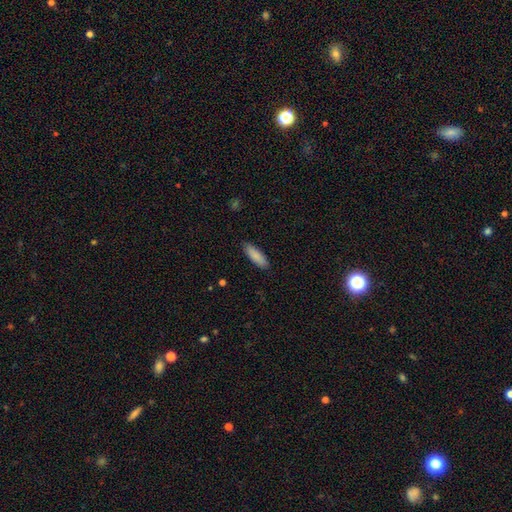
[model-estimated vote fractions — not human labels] Smooth or featured? Predicted: smooth (p=0.88). How rounded? Predicted: in between (p=0.52). Merging? Predicted: none (p=0.87).